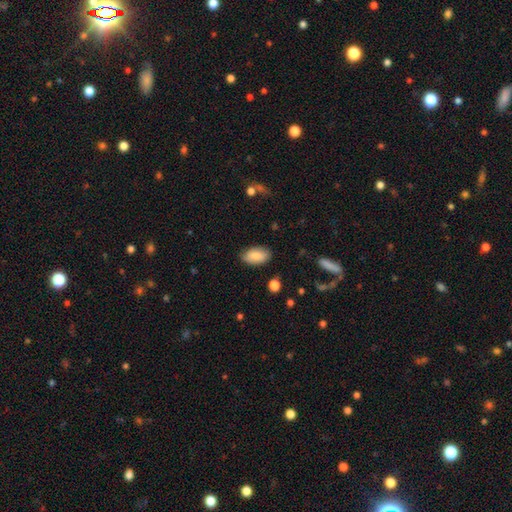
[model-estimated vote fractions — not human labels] A smooth galaxy with no disk features (84%) that is in between round and cigar-shaped (94%).

Vote fractions:
- Smooth or featured? smooth: 84% / featured or disk: 9% / star or artifact: 7%
- How rounded? in between: 94% / round: 4% / cigar-shaped: 2%
- Merging? none: 84% / minor disturbance: 12% / major disturbance: 3% / merger: 1%